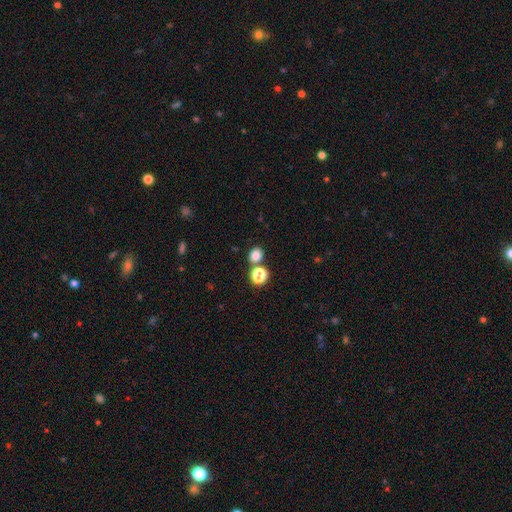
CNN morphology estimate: Smooth or featured?
  - smooth: 80% *
  - star or artifact: 15%
  - featured or disk: 5%
How rounded?
  - round: 71% *
  - in between: 28%
  - cigar-shaped: 1%
Merging?
  - none: 67% *
  - merger: 22%
  - minor disturbance: 8%
  - major disturbance: 3%